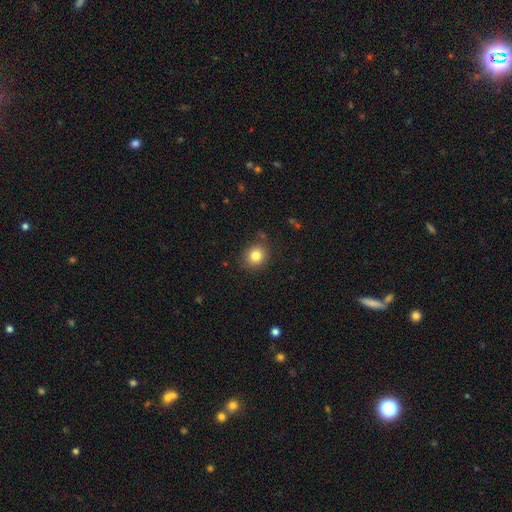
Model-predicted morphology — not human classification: Q: Smooth or featured?
A: smooth (82%); runner-up: star or artifact (11%)
Q: How rounded?
A: round (76%); runner-up: in between (23%)
Q: Merging?
A: none (84%); runner-up: minor disturbance (11%)